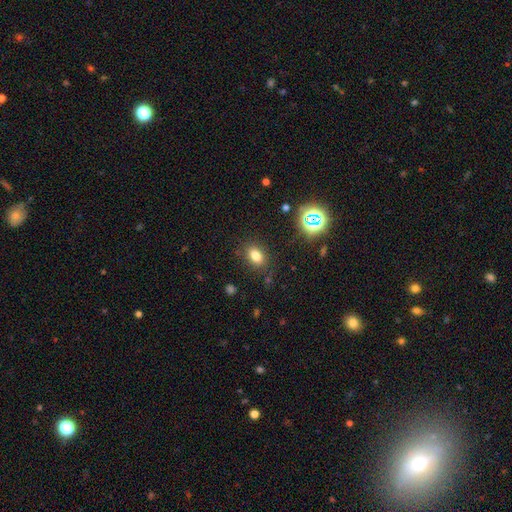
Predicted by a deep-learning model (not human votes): Smooth or featured?
  - smooth: 77% *
  - star or artifact: 15%
  - featured or disk: 8%
How rounded?
  - in between: 79% *
  - round: 19%
  - cigar-shaped: 2%
Merging?
  - none: 84% *
  - minor disturbance: 10%
  - major disturbance: 4%
  - merger: 2%